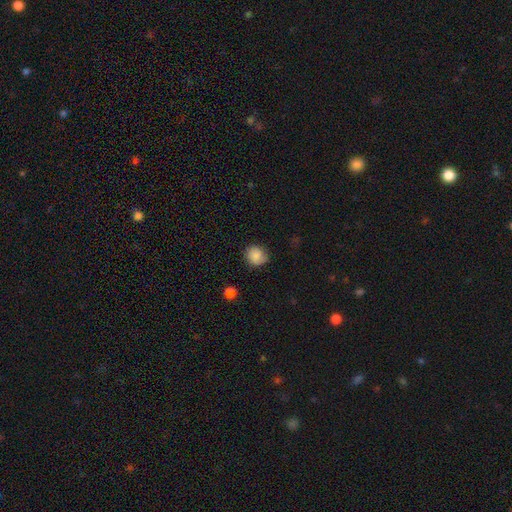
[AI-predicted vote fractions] Smooth or featured? Predicted: smooth (p=0.83). How rounded? Predicted: round (p=0.81). Merging? Predicted: none (p=0.77).